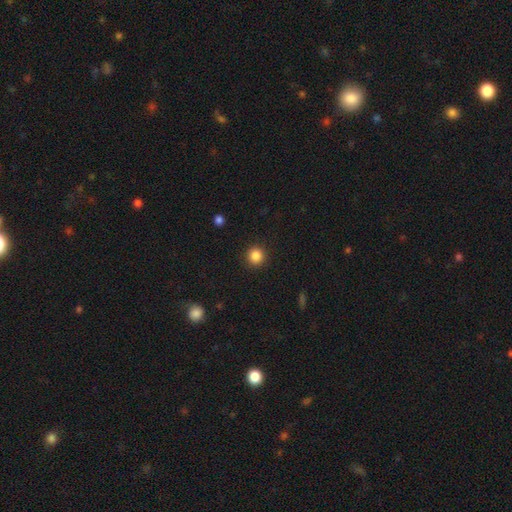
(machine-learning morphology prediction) type=smooth (85%); roundness=round (94%); merging=none (92%).